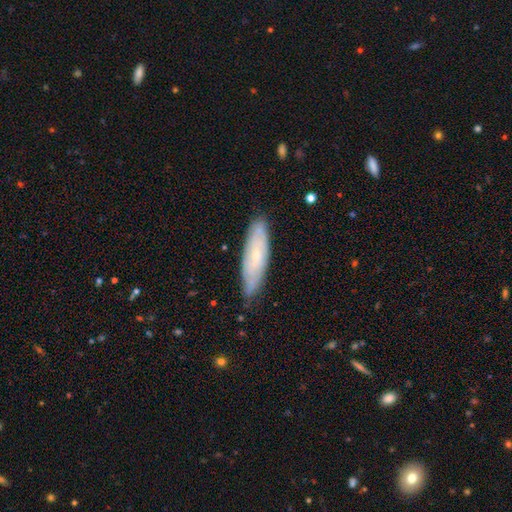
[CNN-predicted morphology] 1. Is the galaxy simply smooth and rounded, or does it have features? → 52% featured or disk, 42% smooth, 7% star or artifact.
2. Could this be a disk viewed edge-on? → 69% no, 31% yes.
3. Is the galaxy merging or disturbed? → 79% none, 17% minor disturbance, 3% major disturbance, 1% merger.